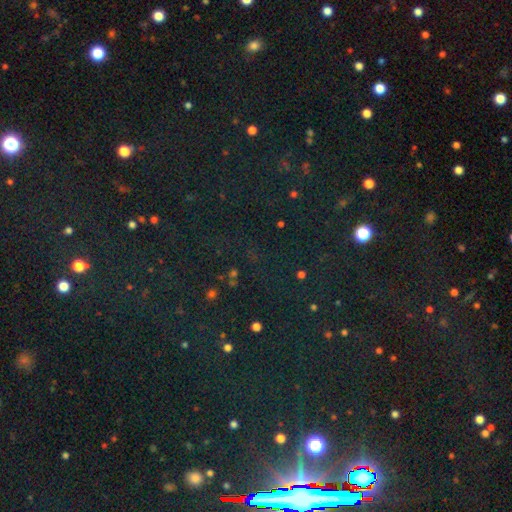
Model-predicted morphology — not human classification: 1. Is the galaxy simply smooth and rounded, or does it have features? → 77% star or artifact, 15% smooth, 8% featured or disk.